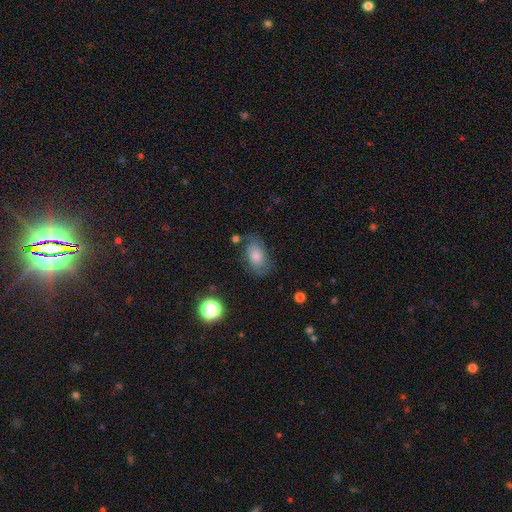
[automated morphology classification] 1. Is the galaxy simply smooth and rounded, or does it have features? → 56% smooth, 31% featured or disk, 13% star or artifact.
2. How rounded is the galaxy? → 86% in between, 11% round, 3% cigar-shaped.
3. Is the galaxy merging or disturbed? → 67% none, 21% minor disturbance, 9% major disturbance, 3% merger.